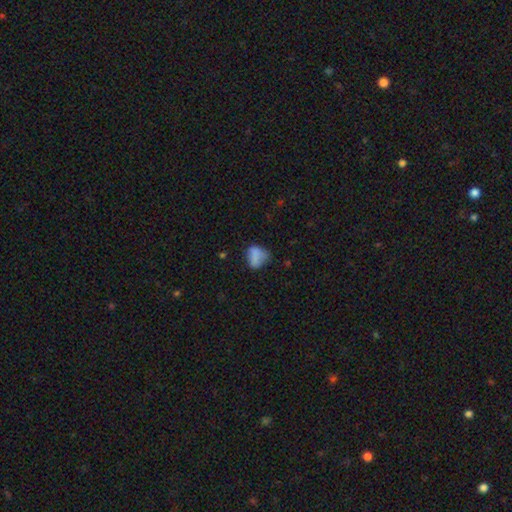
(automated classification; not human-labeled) A smooth galaxy with no disk features (75%) that is in between round and cigar-shaped (70%).

Vote fractions:
- Smooth or featured? smooth: 75% / featured or disk: 13% / star or artifact: 11%
- How rounded? in between: 70% / round: 27% / cigar-shaped: 3%
- Merging? none: 42% / minor disturbance: 33% / major disturbance: 19% / merger: 6%